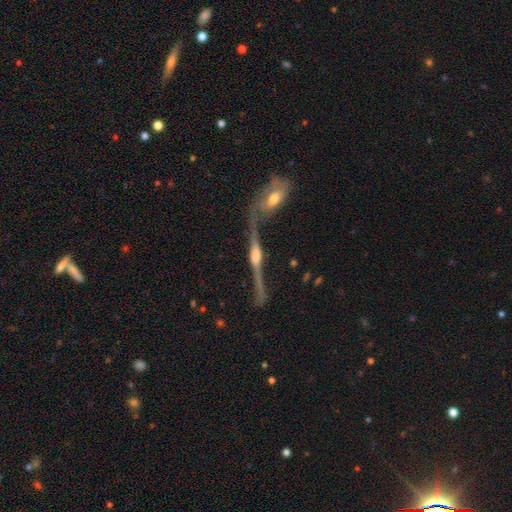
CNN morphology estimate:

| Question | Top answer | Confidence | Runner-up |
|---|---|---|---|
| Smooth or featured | featured or disk | 82% | smooth (11%) |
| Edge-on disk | yes | 90% | no (10%) |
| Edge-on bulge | rounded | 80% | boxy (14%) |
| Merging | none | 43% | merger (35%) |